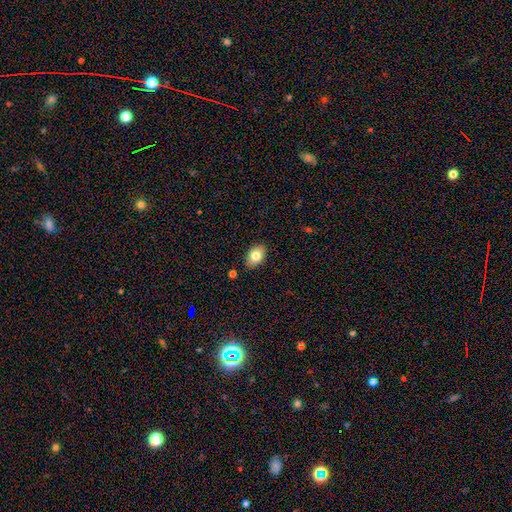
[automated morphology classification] type=smooth (78%); roundness=in between (87%); merging=none (86%).